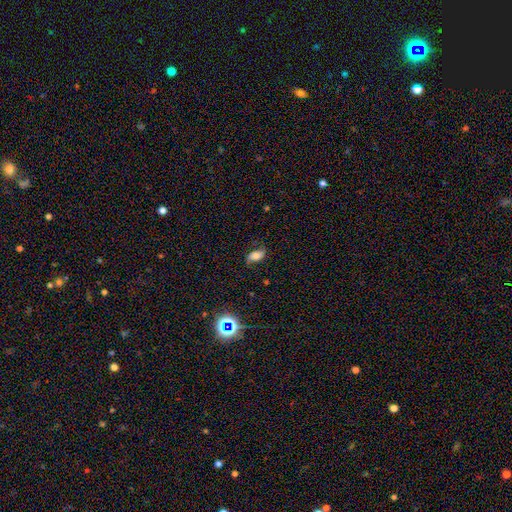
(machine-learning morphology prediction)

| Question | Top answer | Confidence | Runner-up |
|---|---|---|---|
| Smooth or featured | smooth | 50% | featured or disk (36%) |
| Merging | none | 71% | minor disturbance (20%) |